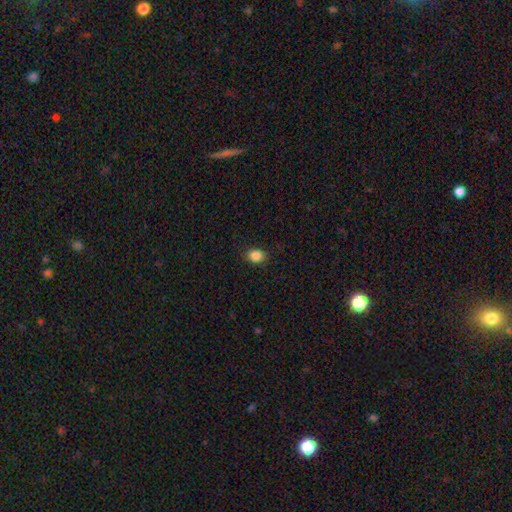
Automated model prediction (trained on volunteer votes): smooth-or-featured: smooth: 86% | star or artifact: 9% | featured or disk: 4%
  how-rounded: in between: 63% | round: 36% | cigar-shaped: 1%
  merging: none: 87% | minor disturbance: 10% | major disturbance: 2% | merger: 1%